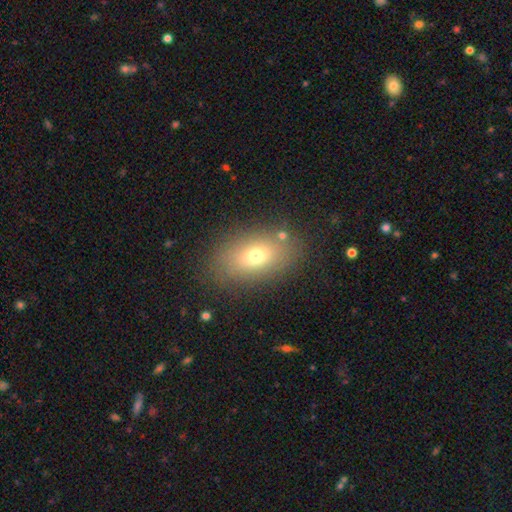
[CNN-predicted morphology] smooth 69%, featured or disk 19%, star or artifact 13%. Down the decision tree: how rounded — in between (84%); merging — none (82%).